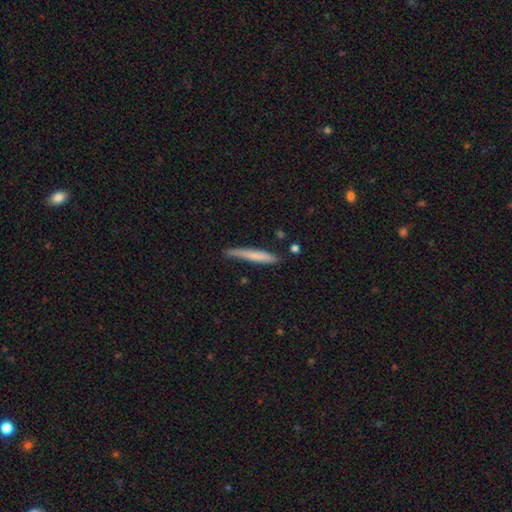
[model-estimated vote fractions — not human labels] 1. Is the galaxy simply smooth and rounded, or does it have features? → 69% smooth, 25% featured or disk, 6% star or artifact.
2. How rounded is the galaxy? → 95% cigar-shaped, 3% in between, 1% round.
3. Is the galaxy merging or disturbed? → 73% none, 20% minor disturbance, 4% major disturbance, 3% merger.